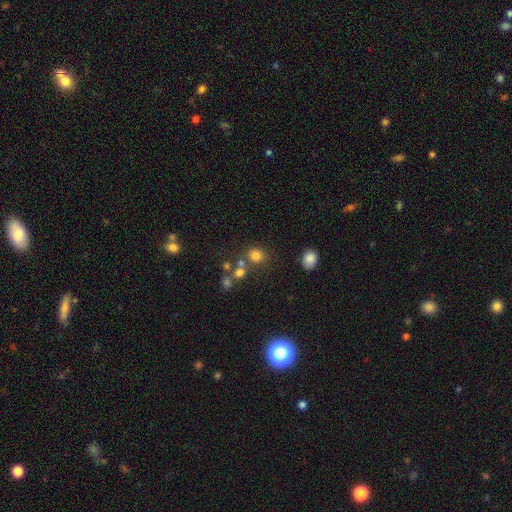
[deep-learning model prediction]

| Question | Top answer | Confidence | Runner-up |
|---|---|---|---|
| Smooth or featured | smooth | 77% | star or artifact (15%) |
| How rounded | round | 81% | in between (18%) |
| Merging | none | 68% | merger (17%) |